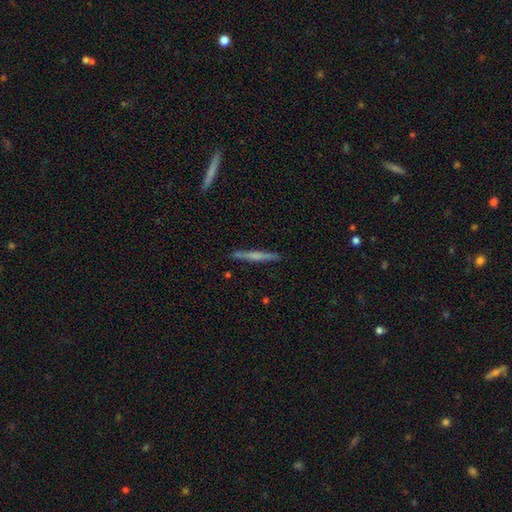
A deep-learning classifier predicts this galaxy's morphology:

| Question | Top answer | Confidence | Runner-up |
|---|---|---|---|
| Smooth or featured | featured or disk | 52% | smooth (42%) |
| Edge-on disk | yes | 97% | no (3%) |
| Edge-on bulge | none | 52% | rounded (33%) |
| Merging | none | 88% | minor disturbance (8%) |